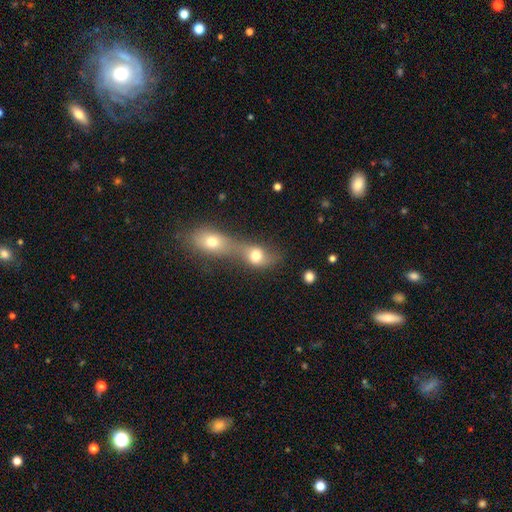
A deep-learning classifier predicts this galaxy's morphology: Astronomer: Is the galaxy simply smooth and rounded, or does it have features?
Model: smooth — 70%.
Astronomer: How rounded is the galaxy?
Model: in between — 55% (runner-up: round, 41%).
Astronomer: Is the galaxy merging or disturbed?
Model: merger — 72%.